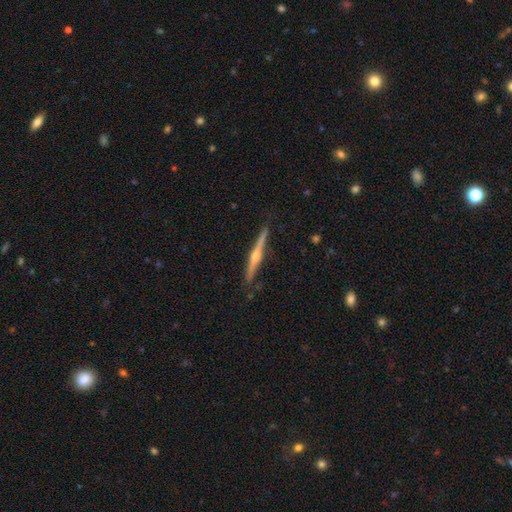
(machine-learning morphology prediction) Smooth or featured?
  - featured or disk: 79% *
  - smooth: 15%
  - star or artifact: 5%
Edge-on disk?
  - yes: 98% *
  - no: 2%
Edge-on bulge?
  - rounded: 91% *
  - none: 5%
  - boxy: 4%
Merging?
  - none: 87% *
  - minor disturbance: 10%
  - major disturbance: 2%
  - merger: 1%